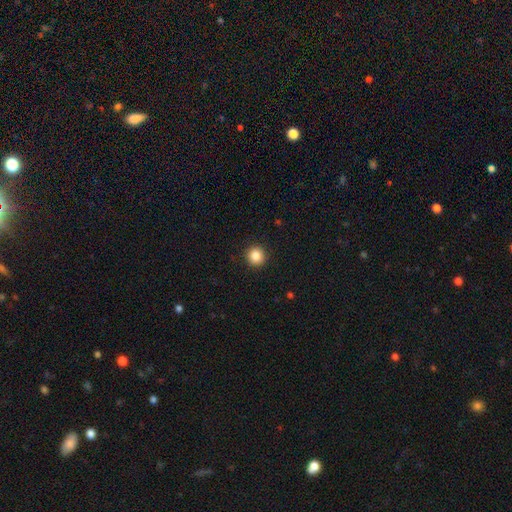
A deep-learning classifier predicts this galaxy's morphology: smooth 86%, star or artifact 10%, featured or disk 4%. Down the decision tree: how rounded — round (94%); merging — none (93%).